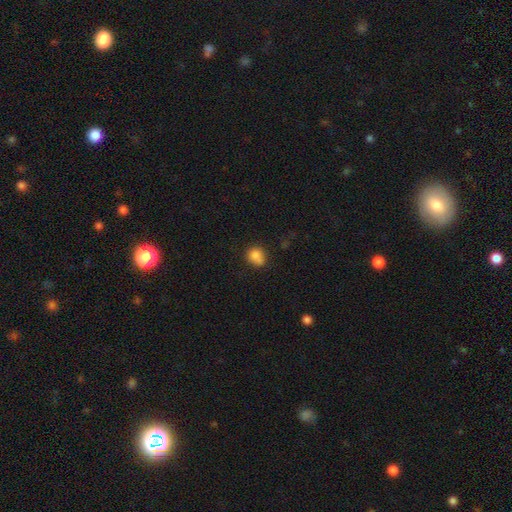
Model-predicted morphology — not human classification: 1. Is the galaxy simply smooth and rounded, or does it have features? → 81% smooth, 10% star or artifact, 8% featured or disk.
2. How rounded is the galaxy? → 66% round, 33% in between, 1% cigar-shaped.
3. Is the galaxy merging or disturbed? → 55% none, 23% minor disturbance, 15% merger, 7% major disturbance.